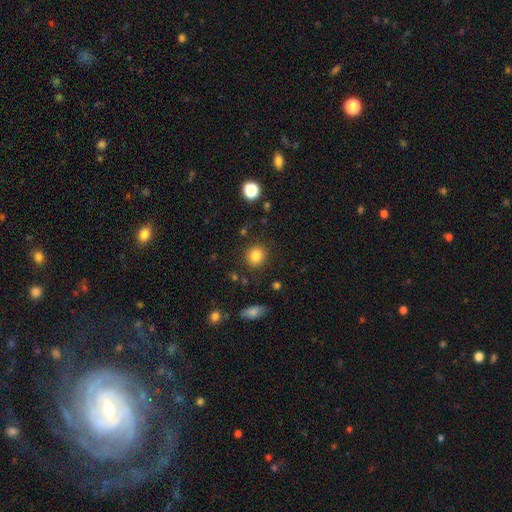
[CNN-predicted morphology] Smooth or featured? Predicted: smooth (p=0.84). How rounded? Predicted: round (p=0.83). Merging? Predicted: none (p=0.88).